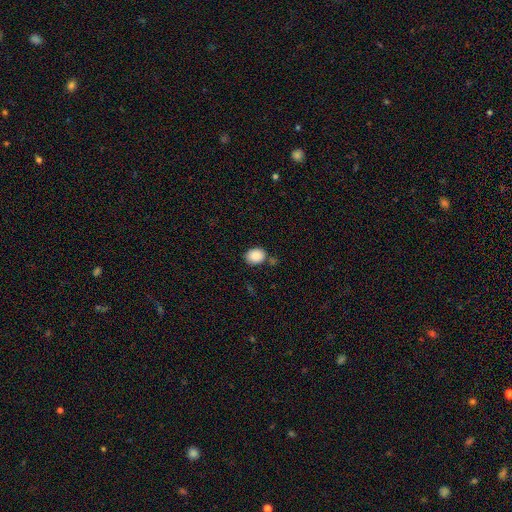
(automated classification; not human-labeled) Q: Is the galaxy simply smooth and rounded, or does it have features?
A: smooth — 89%.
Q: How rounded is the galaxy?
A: in between — 57%.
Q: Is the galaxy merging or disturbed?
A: none — 75%.